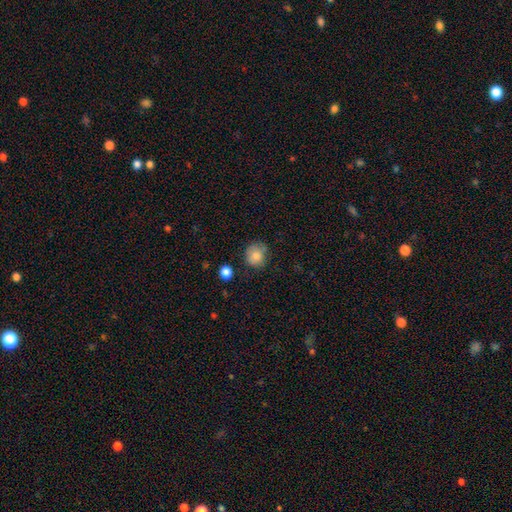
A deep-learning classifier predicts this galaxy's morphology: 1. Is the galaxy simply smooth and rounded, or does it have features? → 82% smooth, 9% star or artifact, 8% featured or disk.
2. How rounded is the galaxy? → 80% round, 19% in between, 1% cigar-shaped.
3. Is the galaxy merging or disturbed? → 68% none, 23% minor disturbance, 6% major disturbance, 3% merger.